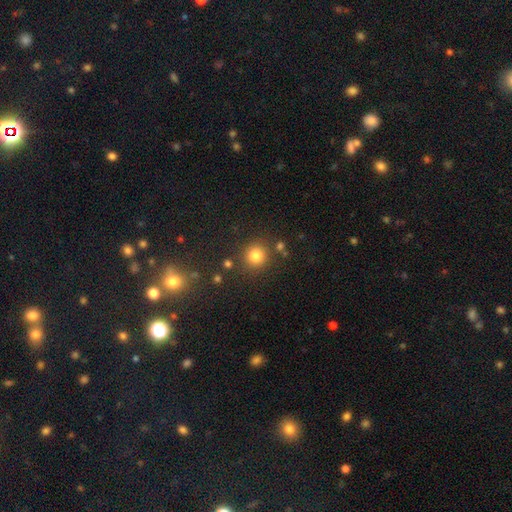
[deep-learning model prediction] This is clearly a smooth galaxy (82%). How rounded: clearly round (92%). Merging: clearly none (83%).